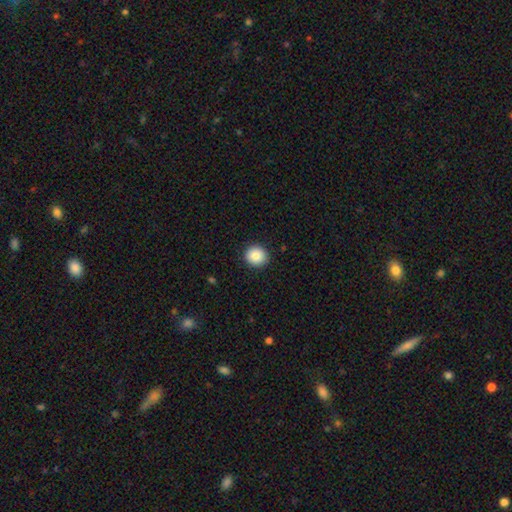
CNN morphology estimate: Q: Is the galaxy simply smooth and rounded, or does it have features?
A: smooth — 85%.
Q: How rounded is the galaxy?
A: round — 89%.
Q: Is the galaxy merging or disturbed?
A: none — 91%.